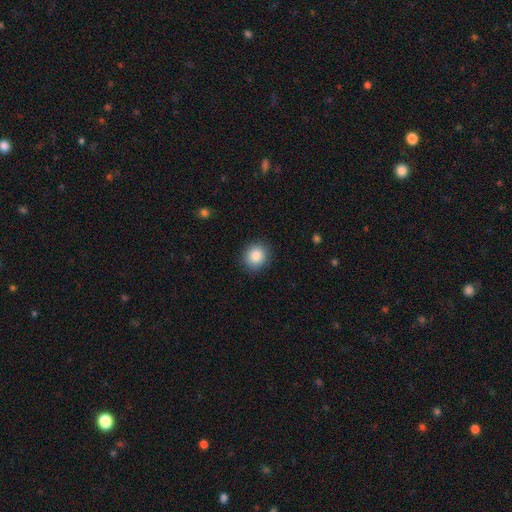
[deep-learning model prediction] Smooth or featured?
  - smooth: 86% *
  - star or artifact: 9%
  - featured or disk: 5%
How rounded?
  - round: 87% *
  - in between: 12%
  - cigar-shaped: 1%
Merging?
  - none: 90% *
  - minor disturbance: 7%
  - major disturbance: 2%
  - merger: 1%